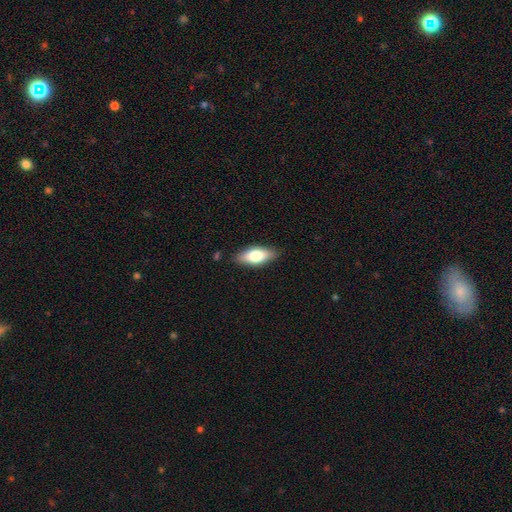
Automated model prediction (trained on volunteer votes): This appears to be a smooth galaxy with no disk features (70%) that is in between round and cigar-shaped (81%). Merging: none (84%).